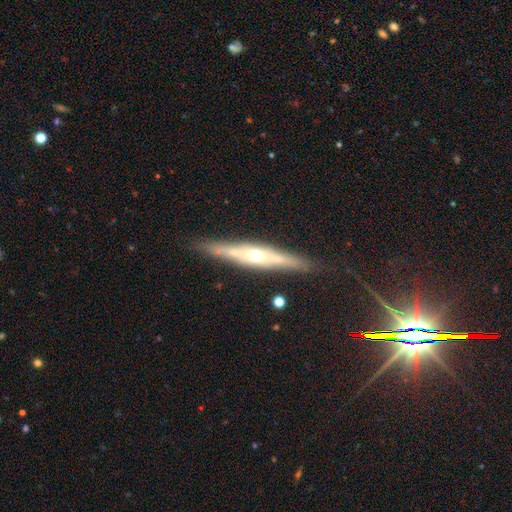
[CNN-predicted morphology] This appears to be a featured or disk galaxy (75%) viewed edge-on (93%) with a rounded central bulge (78%). Merging: none (85%).